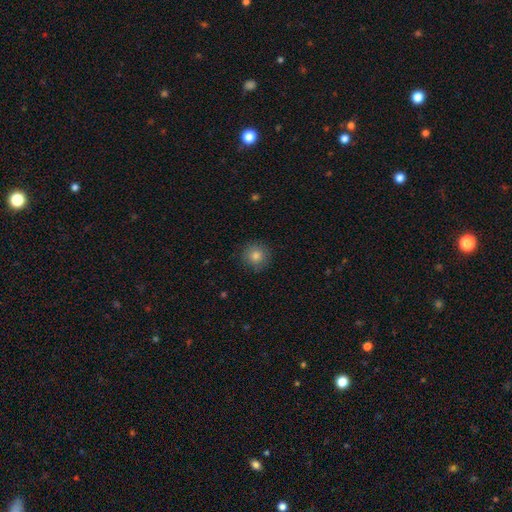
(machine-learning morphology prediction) The model was most divided on "smooth or featured": smooth: 81%, star or artifact: 11%, featured or disk: 8%. More confident: how rounded — round (94%); merging — none (88%).